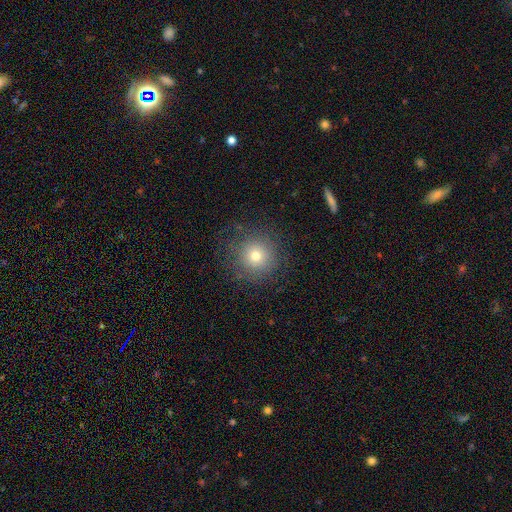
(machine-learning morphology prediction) This appears to be a smooth galaxy with no disk features (74%) that is round (95%). Merging: none (85%).